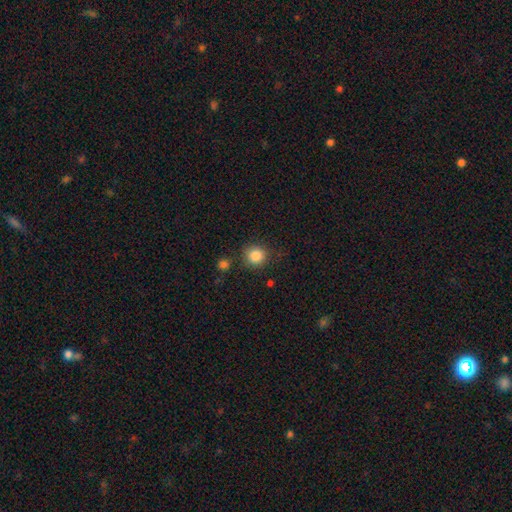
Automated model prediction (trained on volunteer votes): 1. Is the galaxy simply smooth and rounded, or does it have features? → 85% smooth, 10% star or artifact, 4% featured or disk.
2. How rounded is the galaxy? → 90% round, 9% in between, 1% cigar-shaped.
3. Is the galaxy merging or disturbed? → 83% none, 10% minor disturbance, 4% merger, 3% major disturbance.